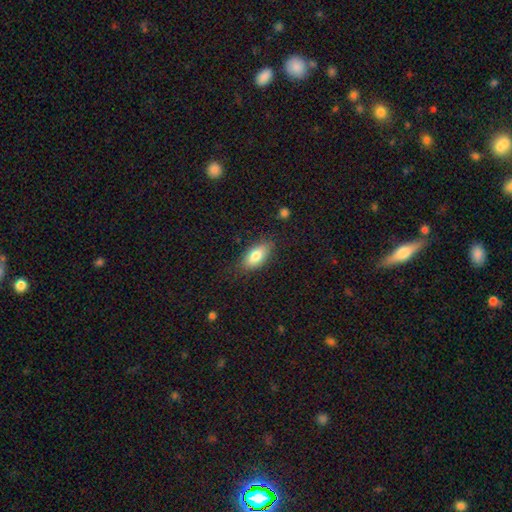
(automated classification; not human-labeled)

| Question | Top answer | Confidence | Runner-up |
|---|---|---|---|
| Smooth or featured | smooth | 80% | featured or disk (13%) |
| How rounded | in between | 89% | cigar-shaped (7%) |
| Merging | none | 82% | minor disturbance (13%) |